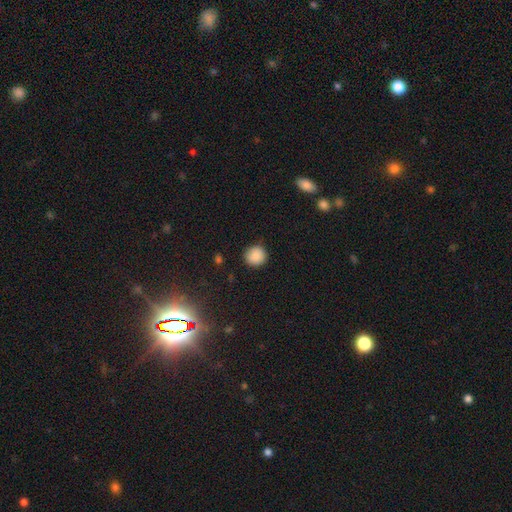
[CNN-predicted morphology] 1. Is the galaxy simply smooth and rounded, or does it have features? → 88% smooth, 9% star or artifact, 3% featured or disk.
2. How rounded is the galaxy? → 92% round, 7% in between, 1% cigar-shaped.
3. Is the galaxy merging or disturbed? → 89% none, 8% minor disturbance, 2% major disturbance, 1% merger.